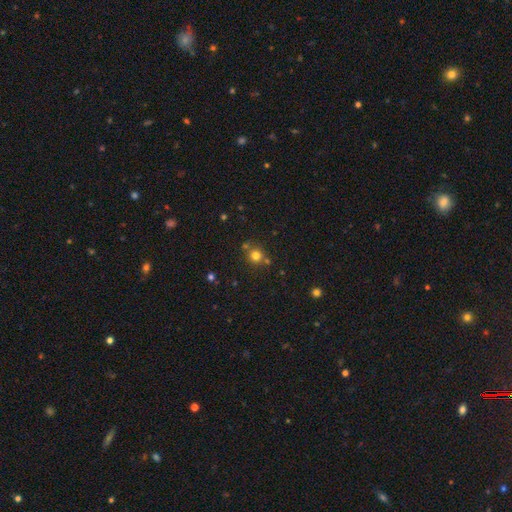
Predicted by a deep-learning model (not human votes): Smooth or featured?
  - smooth: 75% *
  - star or artifact: 17%
  - featured or disk: 8%
How rounded?
  - round: 91% *
  - in between: 8%
  - cigar-shaped: 1%
Merging?
  - none: 72% *
  - merger: 15%
  - minor disturbance: 10%
  - major disturbance: 3%